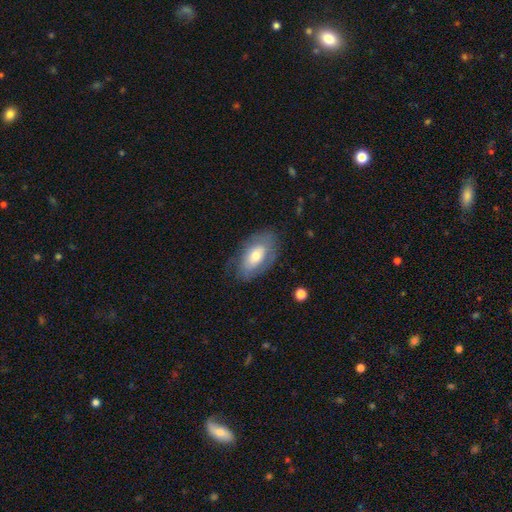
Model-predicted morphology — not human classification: smooth-or-featured: smooth: 54% | featured or disk: 39% | star or artifact: 7%
  how-rounded: in between: 92% | round: 5% | cigar-shaped: 3%
  merging: none: 71% | minor disturbance: 19% | major disturbance: 8% | merger: 1%